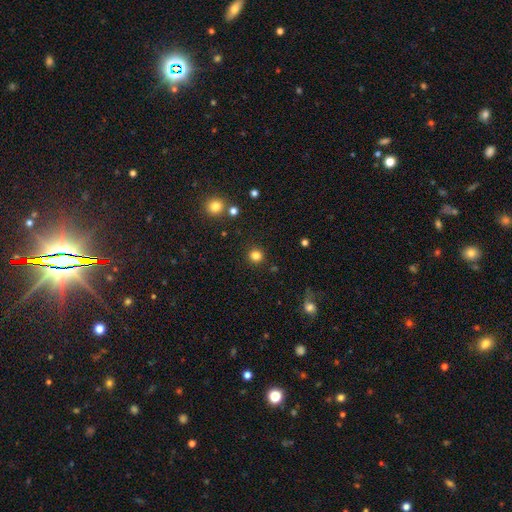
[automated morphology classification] Overall: smooth (83%). How rounded: round (92%). Merging: none (90%).